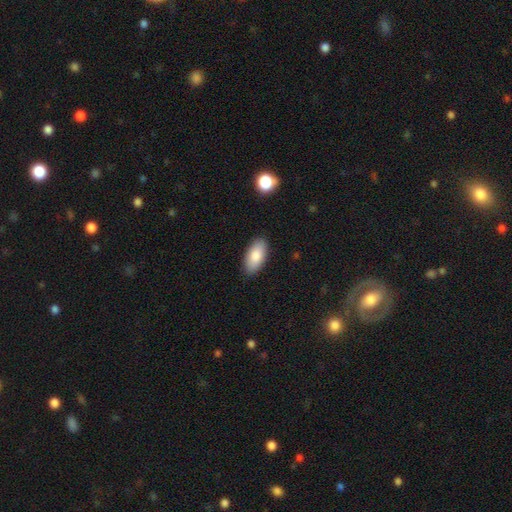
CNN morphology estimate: This is clearly a smooth galaxy (85%). How rounded: clearly in between (93%). Merging: clearly none (88%).